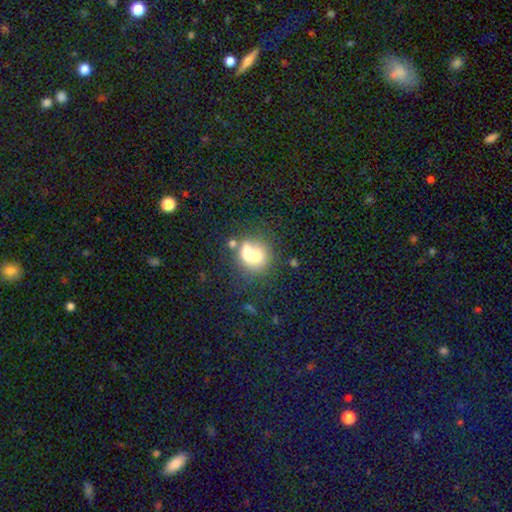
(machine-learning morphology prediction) Smooth or featured?
  - smooth: 62% *
  - featured or disk: 27%
  - star or artifact: 11%
How rounded?
  - round: 70% *
  - in between: 29%
  - cigar-shaped: 1%
Merging?
  - merger: 62% *
  - none: 26%
  - minor disturbance: 7%
  - major disturbance: 5%